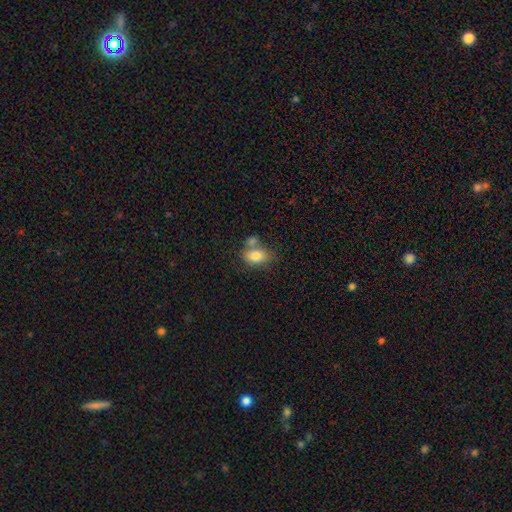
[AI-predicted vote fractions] Q: Smooth or featured?
A: smooth (80%); runner-up: featured or disk (12%)
Q: How rounded?
A: in between (83%); runner-up: round (15%)
Q: Merging?
A: none (46%); runner-up: merger (35%)